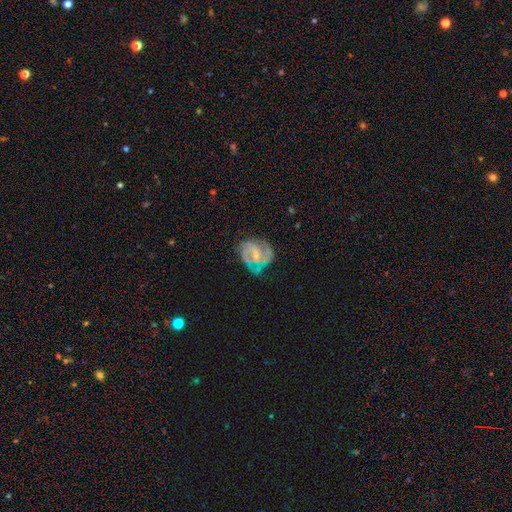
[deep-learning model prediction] This appears to be a featured or disk galaxy (74%) with a weak bar (46%), 2 (60%) medium (45%) spiral arms (86%) and a small central bulge (48%). Merging: none (55%).